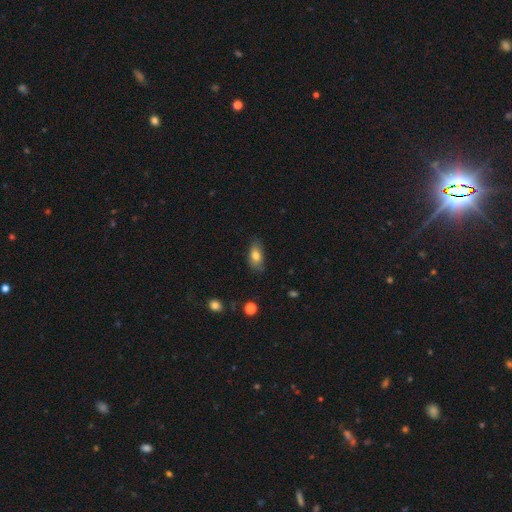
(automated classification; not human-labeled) Q: Smooth or featured?
A: smooth (78%); runner-up: featured or disk (14%)
Q: How rounded?
A: in between (86%); runner-up: cigar-shaped (7%)
Q: Merging?
A: none (76%); runner-up: minor disturbance (20%)